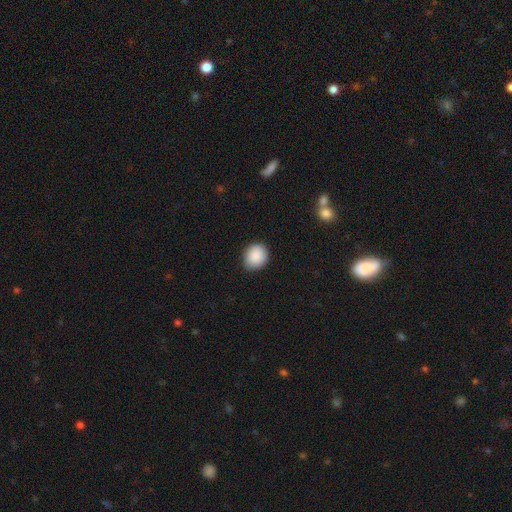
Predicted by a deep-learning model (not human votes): A smooth galaxy with no disk features (89%) that is round (68%).

Vote fractions:
- Smooth or featured? smooth: 89% / star or artifact: 8% / featured or disk: 3%
- How rounded? round: 68% / in between: 31% / cigar-shaped: 1%
- Merging? none: 85% / minor disturbance: 12% / major disturbance: 2% / merger: 1%